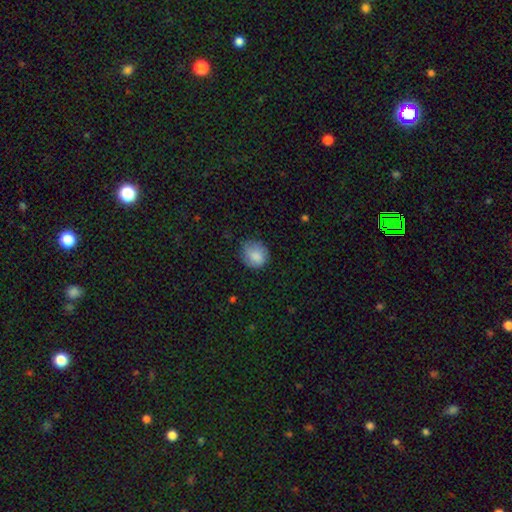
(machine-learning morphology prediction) smooth-or-featured: smooth: 84% | featured or disk: 8% | star or artifact: 8%
  how-rounded: round: 73% | in between: 26% | cigar-shaped: 1%
  merging: none: 67% | minor disturbance: 26% | major disturbance: 6% | merger: 1%